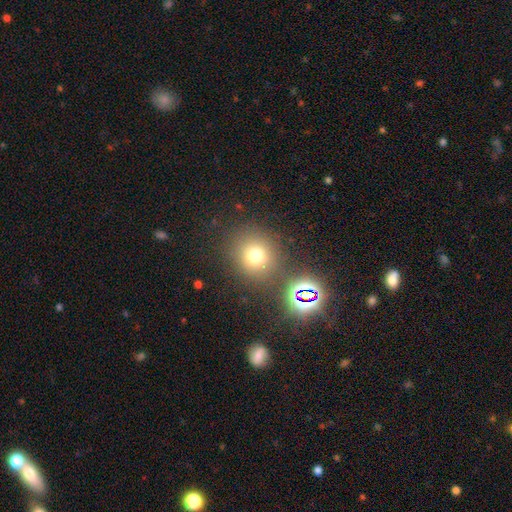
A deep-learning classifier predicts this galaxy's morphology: A smooth galaxy with no disk features (71%) that is round (87%).

Vote fractions:
- Smooth or featured? smooth: 71% / star or artifact: 20% / featured or disk: 9%
- How rounded? round: 87% / in between: 12% / cigar-shaped: 1%
- Merging? none: 78% / minor disturbance: 9% / merger: 8% / major disturbance: 4%